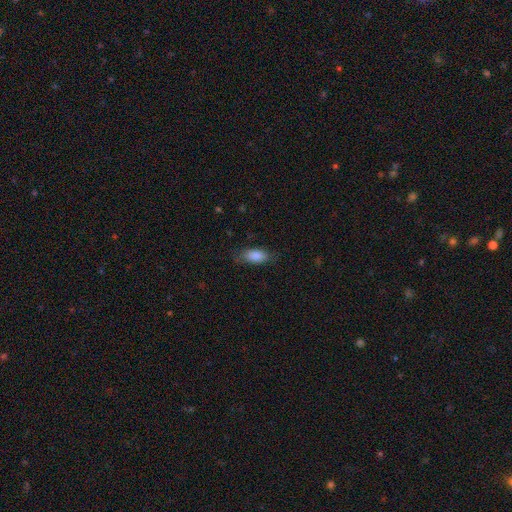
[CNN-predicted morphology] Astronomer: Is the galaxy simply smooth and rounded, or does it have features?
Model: smooth — 86%.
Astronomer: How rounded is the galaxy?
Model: in between — 86%.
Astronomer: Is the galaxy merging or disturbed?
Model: none — 74%.